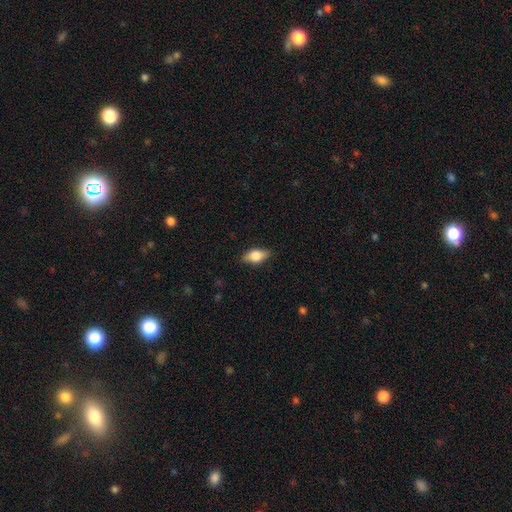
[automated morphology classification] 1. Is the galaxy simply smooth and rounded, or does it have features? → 64% smooth, 28% featured or disk, 8% star or artifact.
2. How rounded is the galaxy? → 82% in between, 10% cigar-shaped, 7% round.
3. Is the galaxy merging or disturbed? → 84% none, 12% minor disturbance, 3% major disturbance, 1% merger.